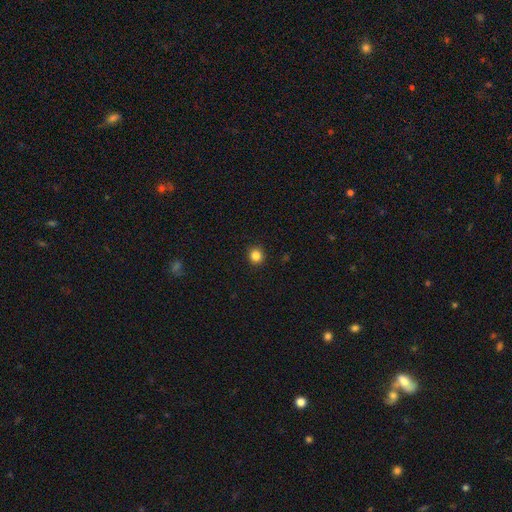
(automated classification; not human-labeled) smooth_or_featured: smooth (p=0.85) [alt: star or artifact p=0.12]
how_rounded: round (p=0.93) [alt: in between p=0.06]
merging: none (p=0.93) [alt: minor disturbance p=0.05]